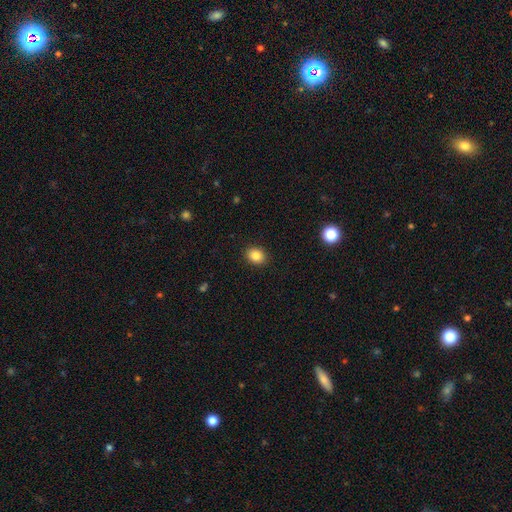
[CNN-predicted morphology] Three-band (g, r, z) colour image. It shows a smooth galaxy with no disk features (86%) that is in between round and cigar-shaped (51%). Merging: none (90%).